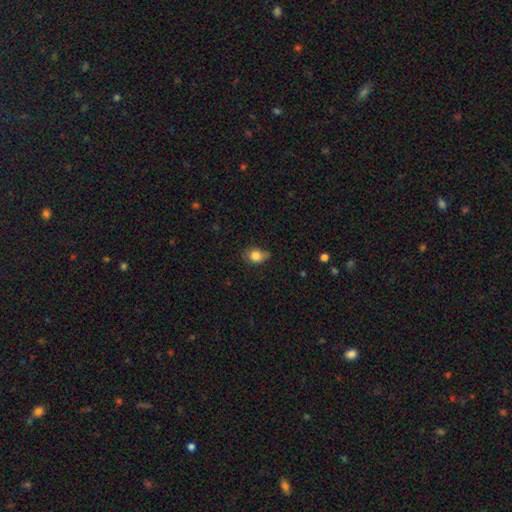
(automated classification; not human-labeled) Smooth or featured: smooth — 82% (featured or disk — 9%)
How rounded: in between — 58% (round — 40%)
Merging: none — 55% (minor disturbance — 35%)